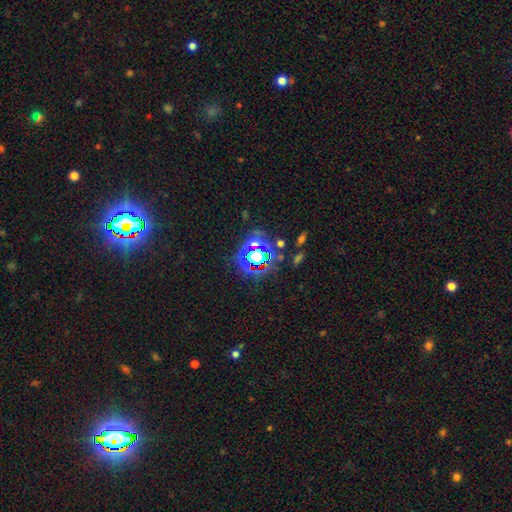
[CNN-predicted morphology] A star or artifact, not a galaxy (64%).

Vote fractions:
- Smooth or featured? star or artifact: 64% / smooth: 22% / featured or disk: 14%